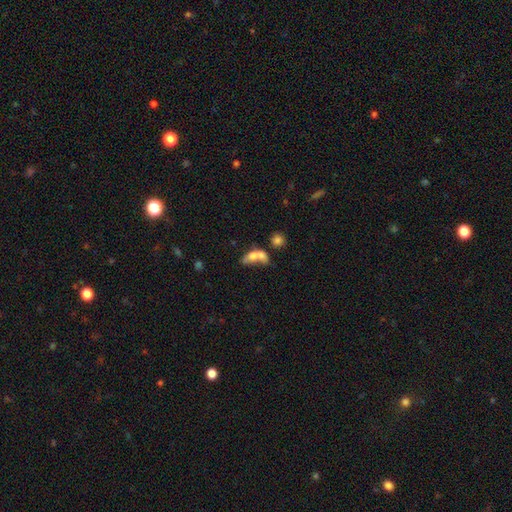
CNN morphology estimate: type=smooth (66%); roundness=in between (70%); merging=merger (64%).